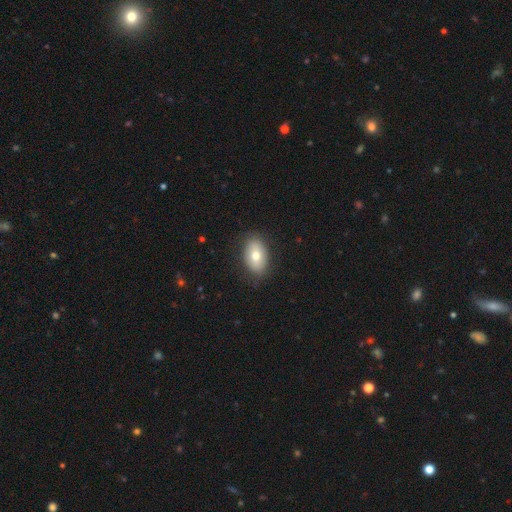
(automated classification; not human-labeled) Smooth or featured?
  - smooth: 72% *
  - featured or disk: 20%
  - star or artifact: 8%
How rounded?
  - in between: 89% *
  - round: 9%
  - cigar-shaped: 1%
Merging?
  - none: 84% *
  - minor disturbance: 12%
  - major disturbance: 3%
  - merger: 1%